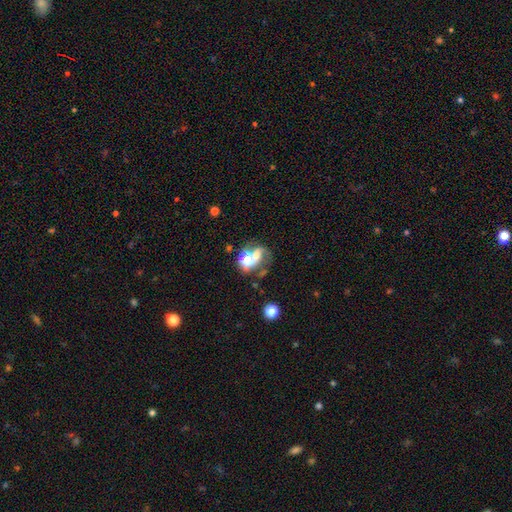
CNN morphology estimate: A featured or disk galaxy (44%). Merging: merger (46%).